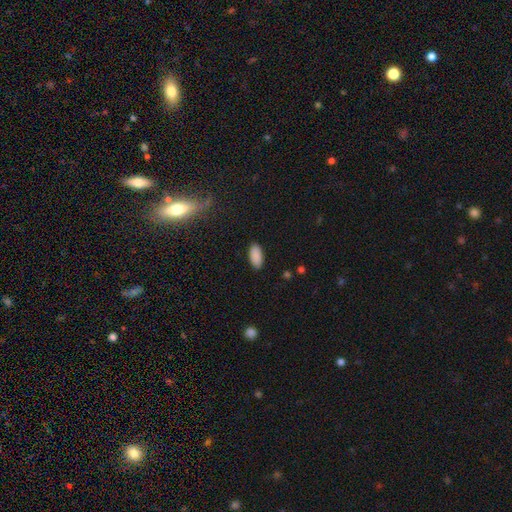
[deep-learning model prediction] Overall: smooth (89%). How rounded: in between (92%). Merging: none (89%).